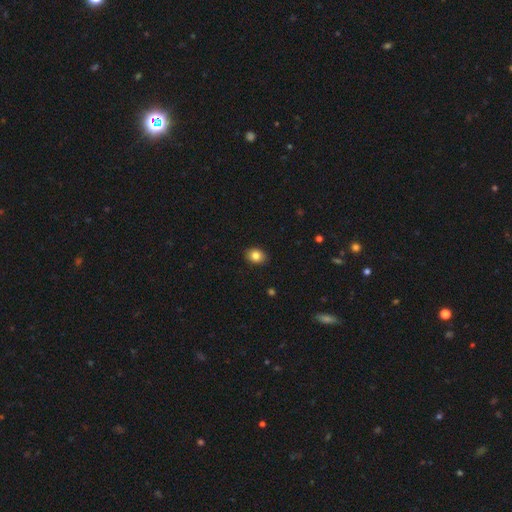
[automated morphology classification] A smooth galaxy with no disk features (84%) that is in between round and cigar-shaped (61%).

Vote fractions:
- Smooth or featured? smooth: 84% / star or artifact: 9% / featured or disk: 7%
- How rounded? in between: 61% / round: 38% / cigar-shaped: 1%
- Merging? none: 89% / minor disturbance: 8% / major disturbance: 2% / merger: 1%